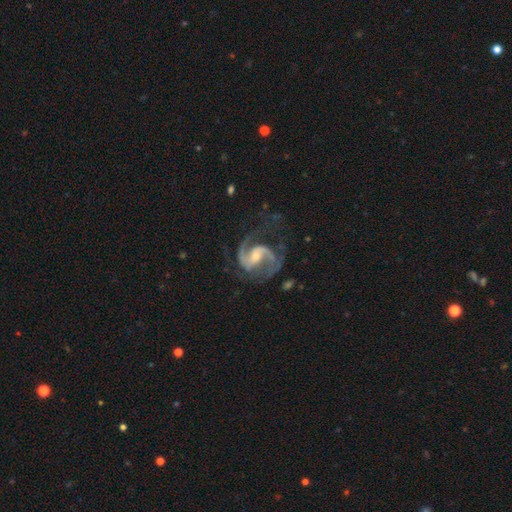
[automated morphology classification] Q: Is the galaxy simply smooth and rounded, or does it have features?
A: featured or disk — 93%.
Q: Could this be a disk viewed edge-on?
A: no — 98%.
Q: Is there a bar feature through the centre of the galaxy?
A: weak — 46%.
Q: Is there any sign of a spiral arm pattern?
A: yes — 98%.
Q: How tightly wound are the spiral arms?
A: medium — 63%.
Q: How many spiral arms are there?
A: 2 — 90%.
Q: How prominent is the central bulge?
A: small — 50%.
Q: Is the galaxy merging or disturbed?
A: none — 66%.